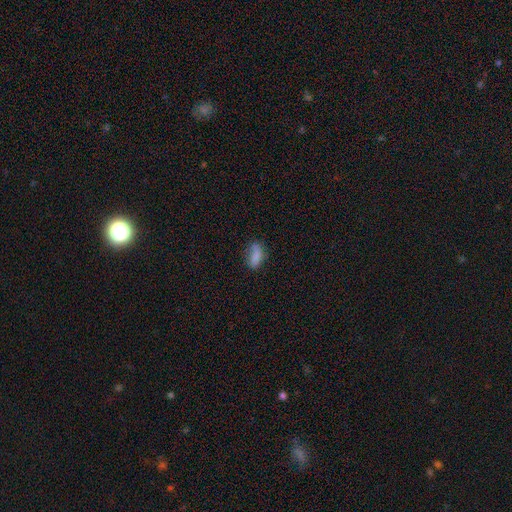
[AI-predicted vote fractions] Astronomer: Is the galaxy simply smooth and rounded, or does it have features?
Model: smooth — 79%.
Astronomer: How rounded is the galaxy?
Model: in between — 81%.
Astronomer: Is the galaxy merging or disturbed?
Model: none — 56%.